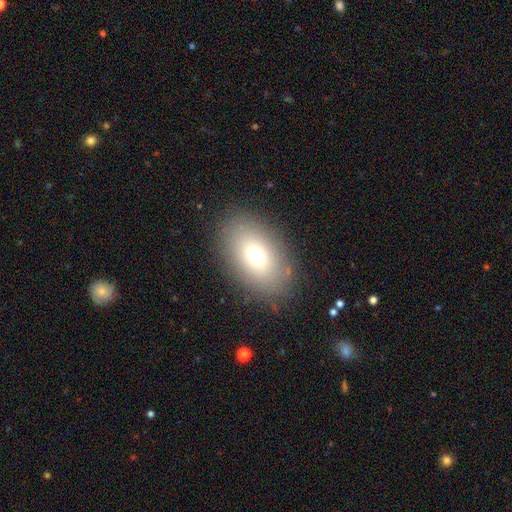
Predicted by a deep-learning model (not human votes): This is likely a smooth galaxy (71%). How rounded: clearly in between (88%). Merging: clearly none (85%).